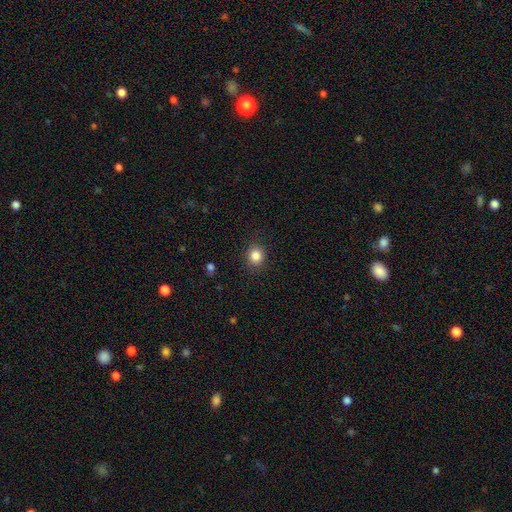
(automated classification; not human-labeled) smooth 85%, star or artifact 11%, featured or disk 5%. Down the decision tree: how rounded — round (78%); merging — none (88%).